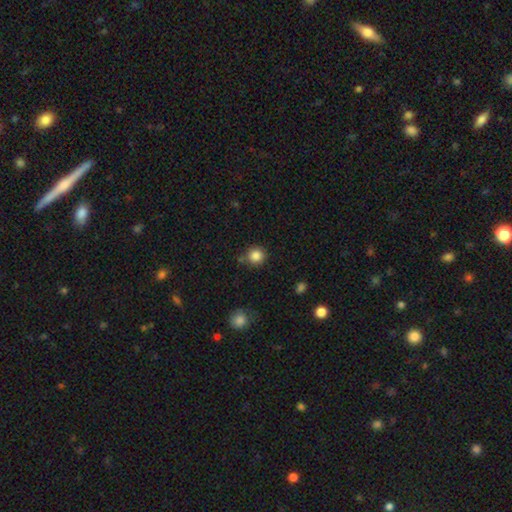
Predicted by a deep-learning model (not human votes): smooth 86%, star or artifact 10%, featured or disk 4%. Down the decision tree: how rounded — round (91%); merging — none (79%).